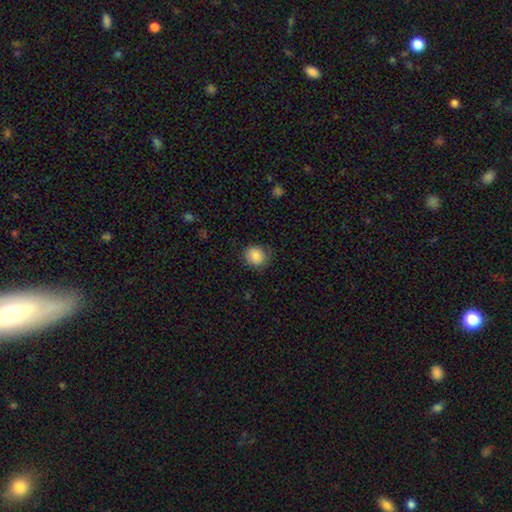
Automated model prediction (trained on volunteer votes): Q: Smooth or featured?
A: smooth (84%); runner-up: star or artifact (9%)
Q: How rounded?
A: round (82%); runner-up: in between (18%)
Q: Merging?
A: none (78%); runner-up: minor disturbance (17%)